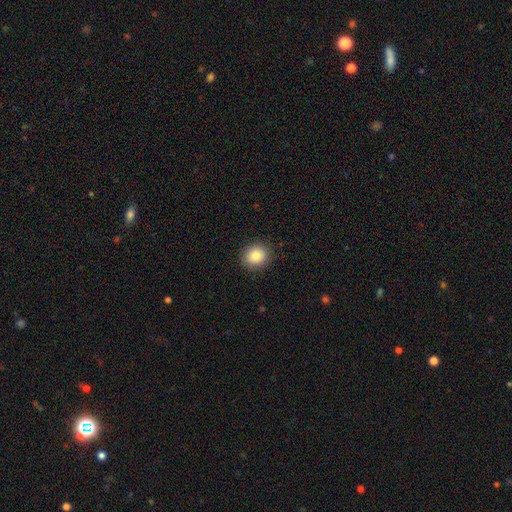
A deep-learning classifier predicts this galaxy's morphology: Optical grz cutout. It shows a smooth galaxy with no disk features (84%) that is round (77%). Merging: none (90%).